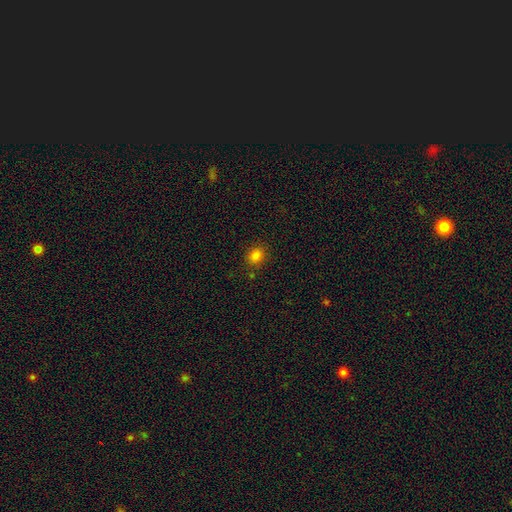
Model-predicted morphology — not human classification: This is clearly a smooth galaxy (82%). How rounded: possibly round (53%). Merging: clearly none (83%).